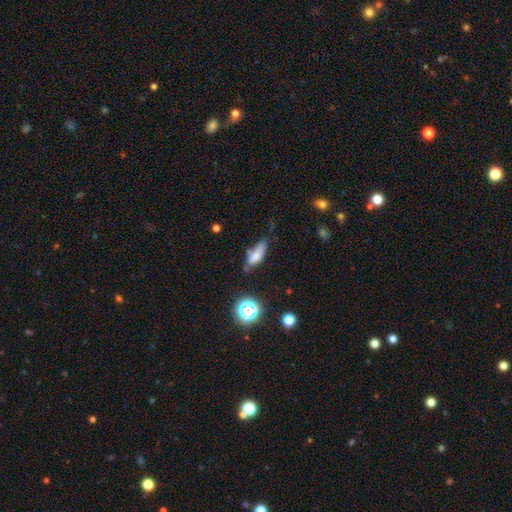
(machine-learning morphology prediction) Q: Smooth or featured?
A: smooth (67%); runner-up: featured or disk (20%)
Q: How rounded?
A: in between (64%); runner-up: cigar-shaped (31%)
Q: Merging?
A: none (38%); runner-up: minor disturbance (35%)